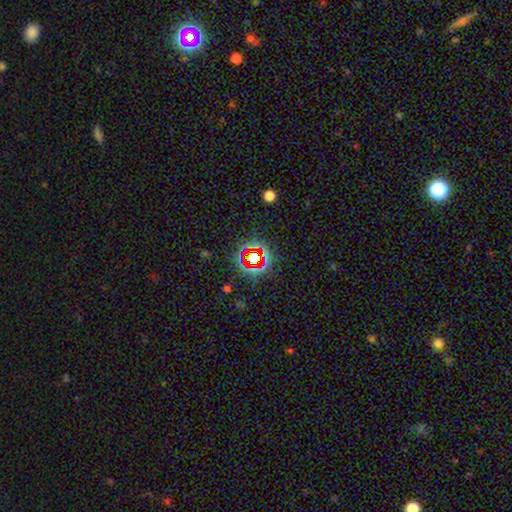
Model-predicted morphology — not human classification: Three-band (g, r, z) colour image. It shows a star or artifact, not a galaxy (73%).